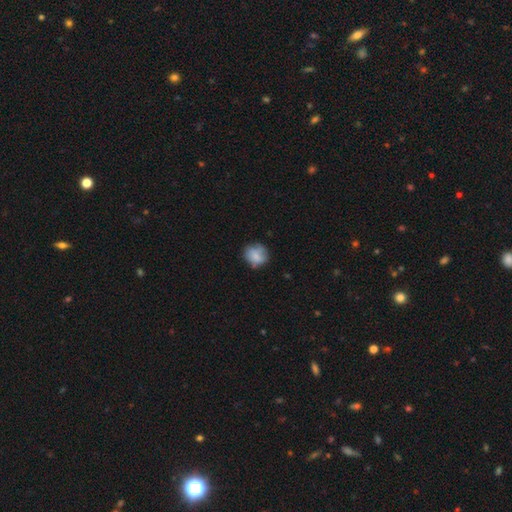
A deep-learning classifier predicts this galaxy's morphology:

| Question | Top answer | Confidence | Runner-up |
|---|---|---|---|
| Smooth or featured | smooth | 77% | featured or disk (15%) |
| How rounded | round | 79% | in between (20%) |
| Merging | none | 66% | minor disturbance (24%) |